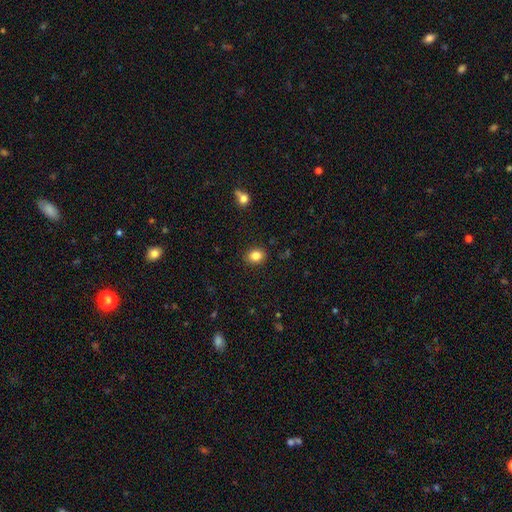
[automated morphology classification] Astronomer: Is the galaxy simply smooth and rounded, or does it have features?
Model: smooth — 85%.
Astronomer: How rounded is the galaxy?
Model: in between — 53% (runner-up: round, 46%).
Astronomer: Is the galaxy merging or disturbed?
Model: none — 88%.